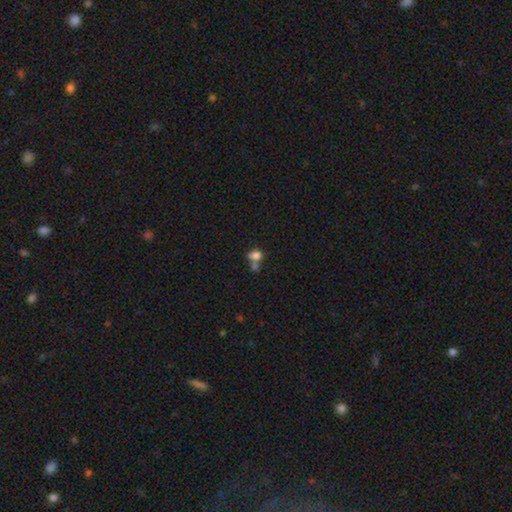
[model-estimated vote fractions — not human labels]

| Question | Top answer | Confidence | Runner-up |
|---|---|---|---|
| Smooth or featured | smooth | 76% | featured or disk (12%) |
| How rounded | in between | 53% | round (45%) |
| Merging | merger | 51% | none (32%) |